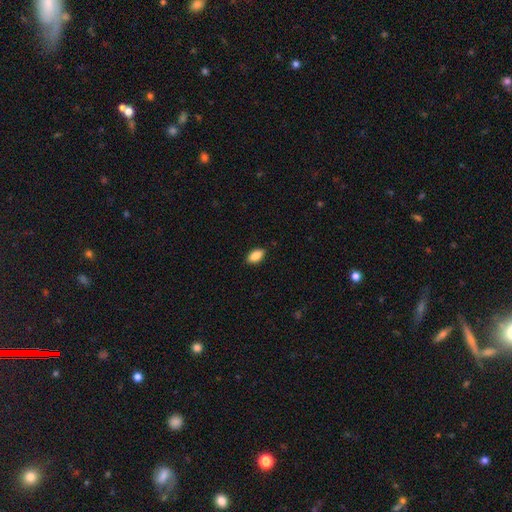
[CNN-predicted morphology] A smooth galaxy with no disk features (89%) that is in between round and cigar-shaped (92%).

Vote fractions:
- Smooth or featured? smooth: 89% / star or artifact: 7% / featured or disk: 4%
- How rounded? in between: 92% / cigar-shaped: 4% / round: 3%
- Merging? none: 88% / minor disturbance: 9% / major disturbance: 2% / merger: 1%